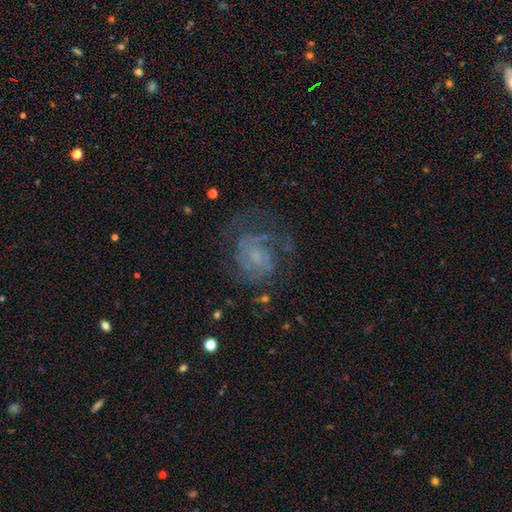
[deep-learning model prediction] This appears to be a featured or disk galaxy (64%) with no bar (74%), spiral arms (73%) and a small central bulge (55%). Merging: none (52%).